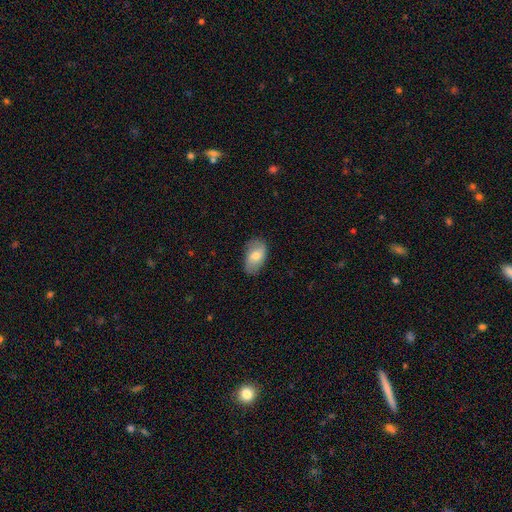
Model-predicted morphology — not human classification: This appears to be a smooth galaxy with no disk features (58%) that is in between round and cigar-shaped (91%). Merging: none (78%).